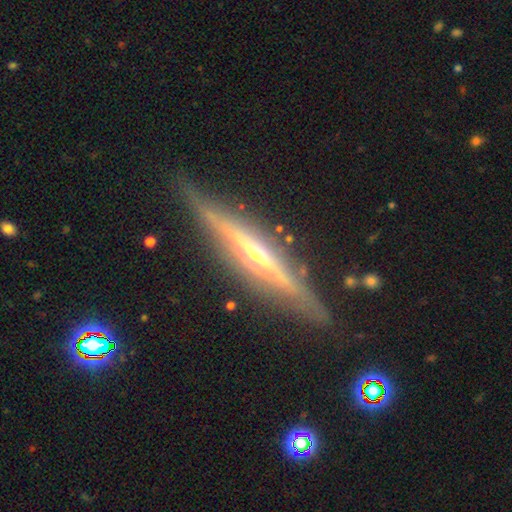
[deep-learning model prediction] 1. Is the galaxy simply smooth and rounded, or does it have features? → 82% featured or disk, 12% smooth, 6% star or artifact.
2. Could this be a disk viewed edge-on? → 96% yes, 4% no.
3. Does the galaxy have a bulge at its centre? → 79% rounded, 14% none, 7% boxy.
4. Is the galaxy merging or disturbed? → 84% none, 12% minor disturbance, 3% major disturbance, 2% merger.